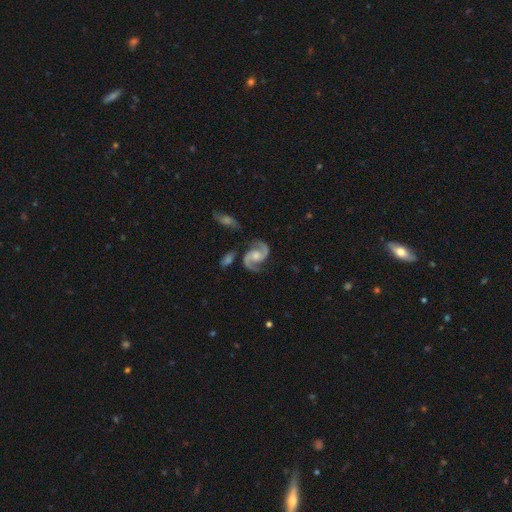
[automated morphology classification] A featured or disk galaxy (92%) with no bar (60%), 2 (95%) medium (62%) spiral arms (98%) and a moderate central bulge (57%). Merging: none (77%).